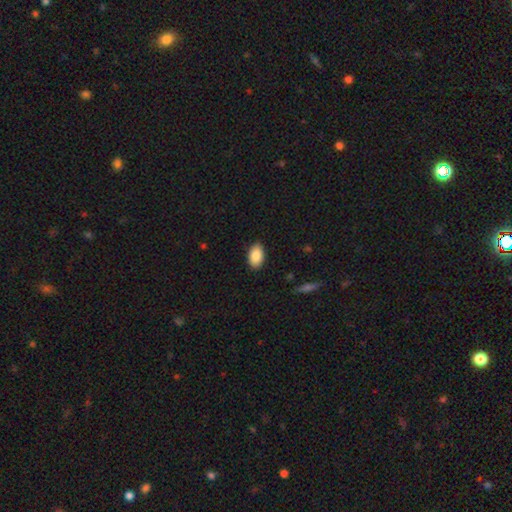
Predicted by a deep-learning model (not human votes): The model was most divided on "merging": none: 88%, minor disturbance: 9%, major disturbance: 2%, merger: 1%. More confident: how rounded — in between (93%); smooth or featured — smooth (88%).